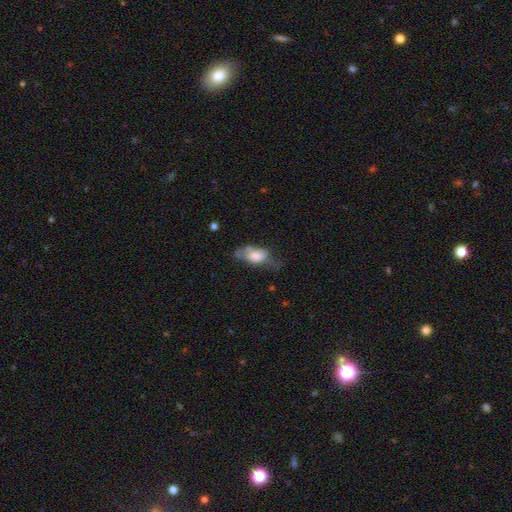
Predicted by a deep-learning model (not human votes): Smooth or featured? Predicted: smooth (p=0.61). How rounded? Predicted: in between (p=0.87). Merging? Predicted: major disturbance (p=0.35).